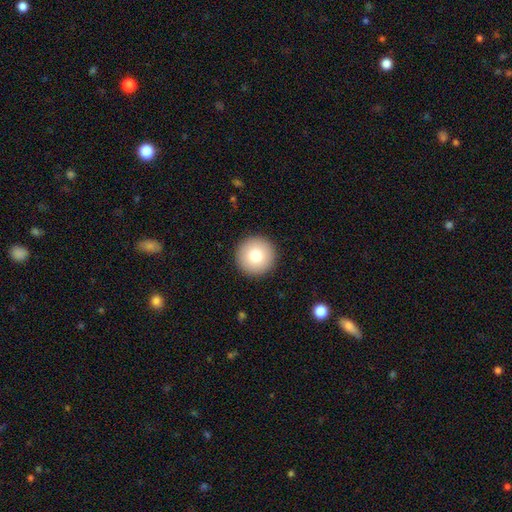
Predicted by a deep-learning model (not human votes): smooth 79%, featured or disk 12%, star or artifact 9%. Down the decision tree: how rounded — round (97%); merging — none (93%).